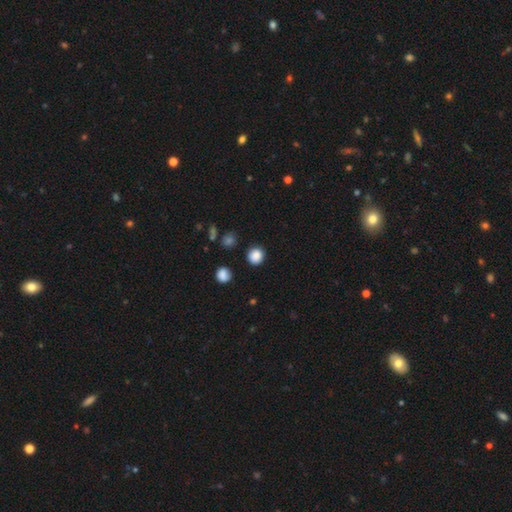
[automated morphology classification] smooth-or-featured: smooth: 86% | star or artifact: 11% | featured or disk: 3%
  how-rounded: round: 88% | in between: 11% | cigar-shaped: 1%
  merging: none: 88% | minor disturbance: 8% | major disturbance: 2% | merger: 2%